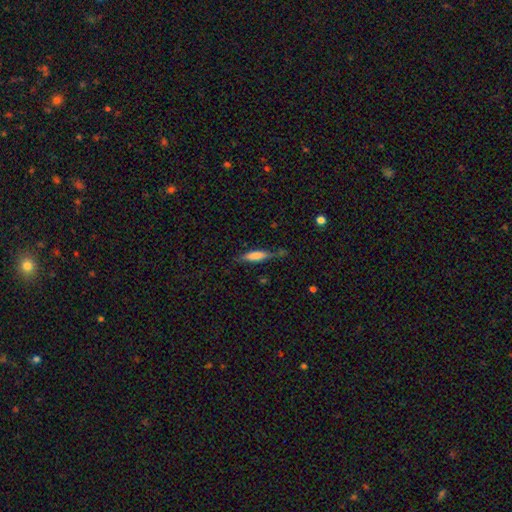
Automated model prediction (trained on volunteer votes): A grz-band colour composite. It shows a smooth galaxy with no disk features (72%) that is cigar-shaped (67%). Merging: none (64%).